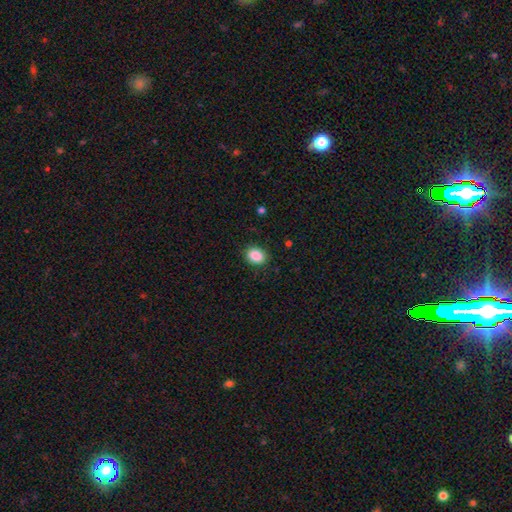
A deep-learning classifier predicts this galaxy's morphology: The model was most divided on "how rounded": in between: 63%, round: 36%, cigar-shaped: 1%. More confident: smooth or featured — smooth (88%); merging — none (88%).